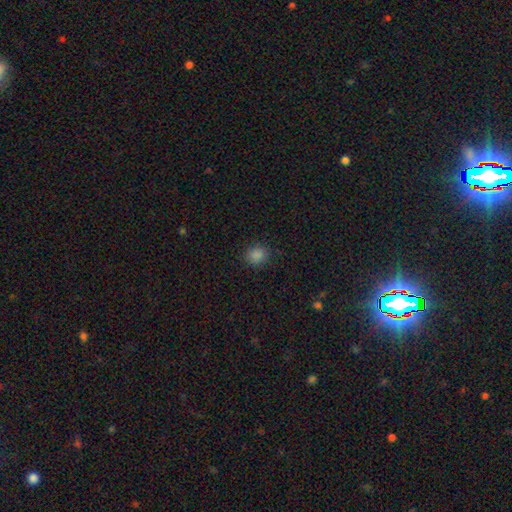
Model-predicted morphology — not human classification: The model was most divided on "how rounded": round: 81%, in between: 18%, cigar-shaped: 1%. More confident: merging — none (89%); smooth or featured — smooth (83%).